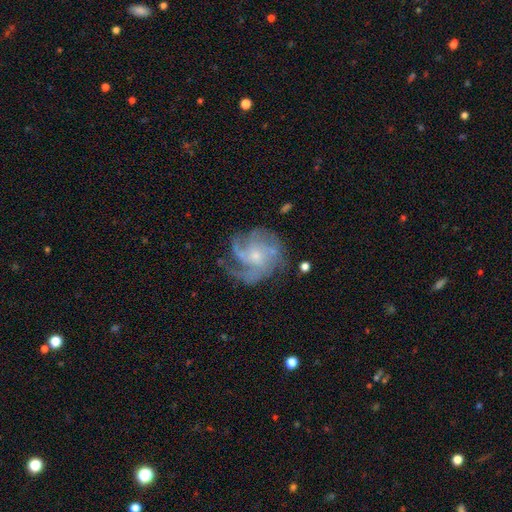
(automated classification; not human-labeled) Smooth or featured?
  - featured or disk: 83% *
  - smooth: 10%
  - star or artifact: 7%
Edge-on disk?
  - no: 98% *
  - yes: 2%
Bar?
  - no: 74% *
  - weak: 23%
  - strong: 3%
Spiral arms?
  - yes: 94% *
  - no: 6%
Spiral winding?
  - medium: 44% *
  - tight: 37%
  - loose: 18%
Spiral arm count?
  - 3: 28% *
  - 4: 26%
  - can't tell: 20%
  - 2: 10%
  - more than 4: 8%
  - 1: 7%
Bulge size?
  - small: 71% *
  - moderate: 22%
  - none: 5%
  - large: 2%
  - dominant: 1%
Merging?
  - none: 61% *
  - minor disturbance: 19%
  - major disturbance: 18%
  - merger: 2%